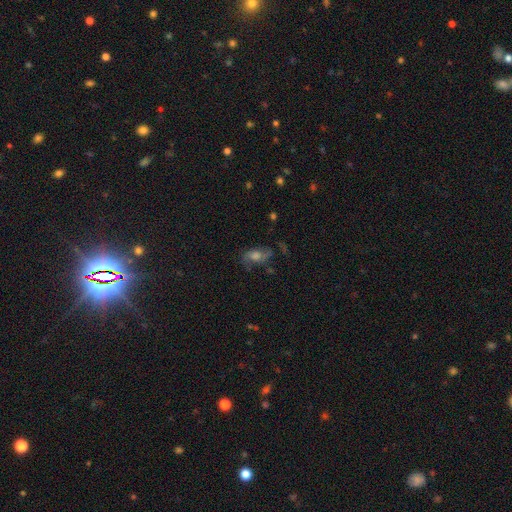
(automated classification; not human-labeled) smooth_or_featured: featured or disk (p=0.49) [alt: smooth p=0.34]
merging: none (p=0.63) [alt: minor disturbance p=0.20]